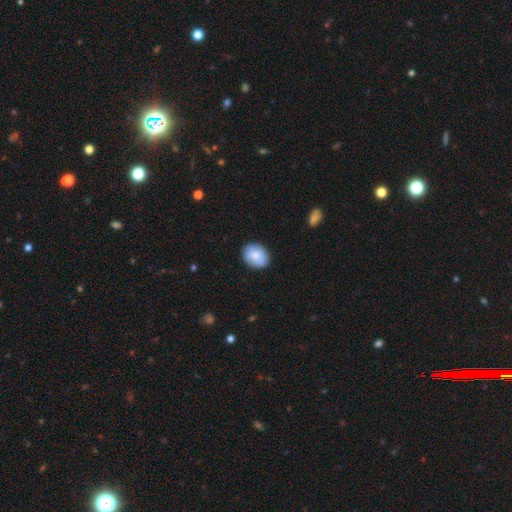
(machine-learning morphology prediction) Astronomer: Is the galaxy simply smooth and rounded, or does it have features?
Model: smooth — 80%.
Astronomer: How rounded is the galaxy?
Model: in between — 55% (runner-up: round, 44%).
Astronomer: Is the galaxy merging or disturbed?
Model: none — 84%.